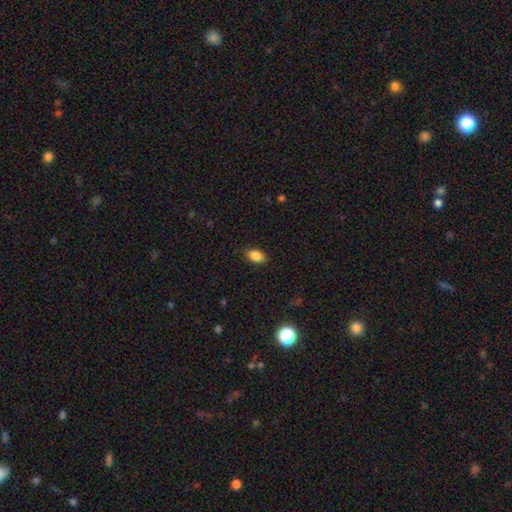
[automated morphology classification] This appears to be a smooth galaxy with no disk features (86%) that is in between round and cigar-shaped (86%). Merging: none (86%).